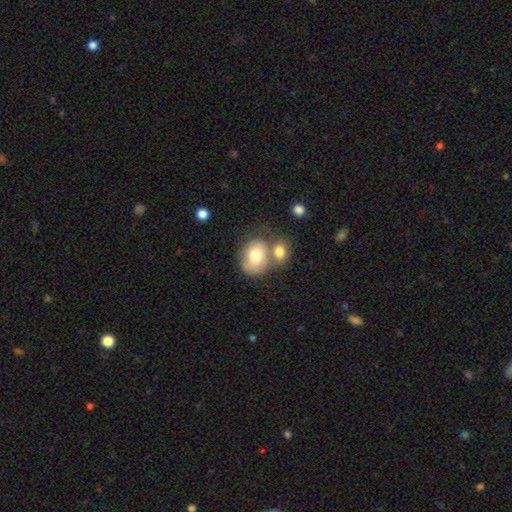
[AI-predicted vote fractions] A smooth galaxy with no disk features (77%) that is in between round and cigar-shaped (55%). Merging: merger (40%).